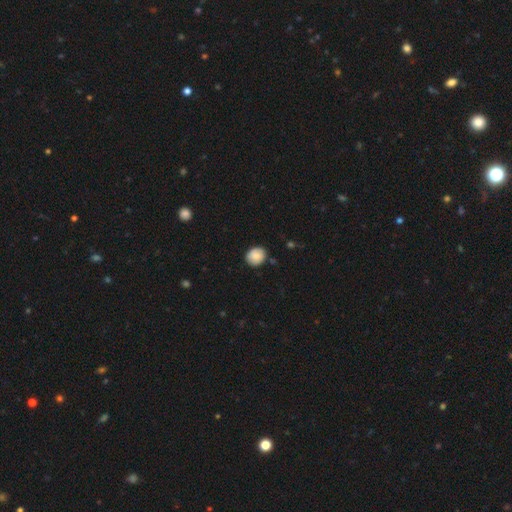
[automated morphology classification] Smooth or featured? Predicted: smooth (p=0.82). How rounded? Predicted: round (p=0.70). Merging? Predicted: none (p=0.81).